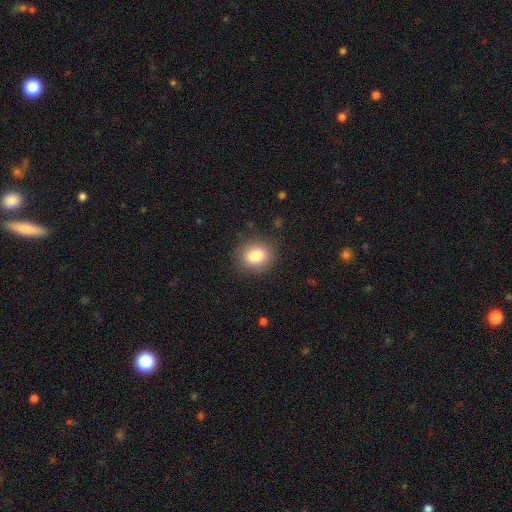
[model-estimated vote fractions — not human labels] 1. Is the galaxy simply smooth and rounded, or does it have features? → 84% smooth, 9% star or artifact, 7% featured or disk.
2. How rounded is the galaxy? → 67% round, 32% in between, 1% cigar-shaped.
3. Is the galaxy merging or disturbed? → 86% none, 9% minor disturbance, 3% major disturbance, 1% merger.